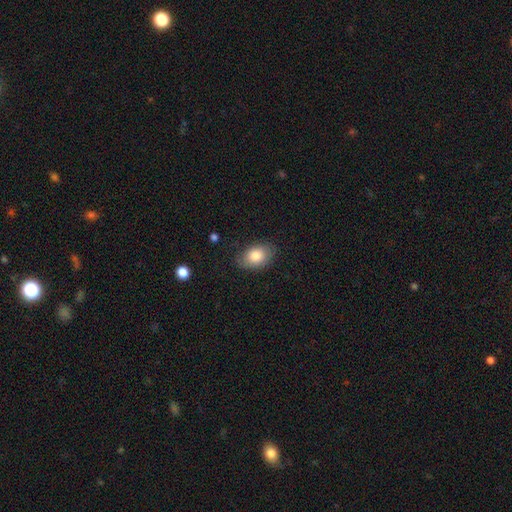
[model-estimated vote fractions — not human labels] Smooth or featured? Predicted: smooth (p=0.82). How rounded? Predicted: in between (p=0.85). Merging? Predicted: none (p=0.78).